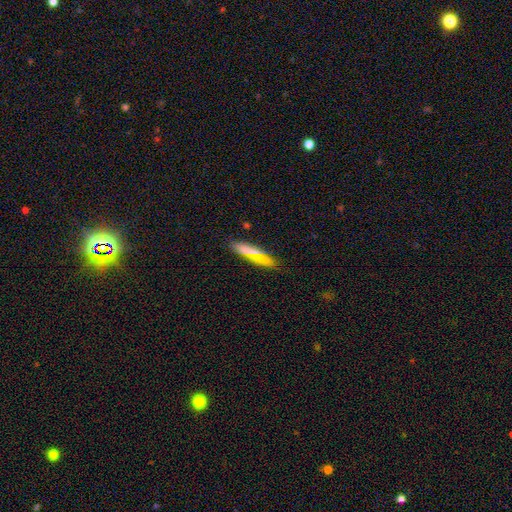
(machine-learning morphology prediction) Smooth or featured? smooth (68%)
How rounded? cigar-shaped (76%)
Merging? none (84%)